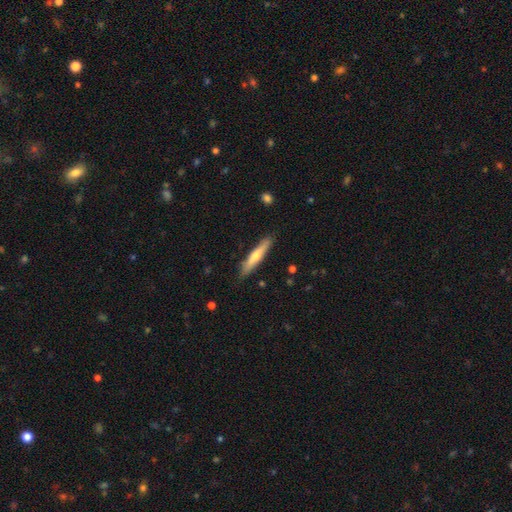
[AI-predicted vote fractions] smooth_or_featured: smooth (p=0.51) [alt: featured or disk p=0.44]
how_rounded: cigar-shaped (p=0.89) [alt: in between p=0.09]
merging: none (p=0.87) [alt: minor disturbance p=0.10]